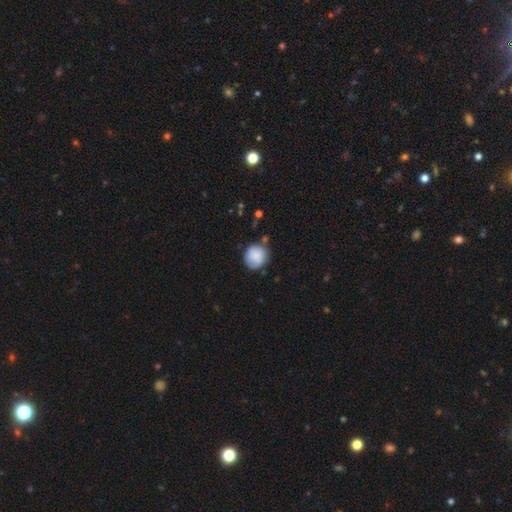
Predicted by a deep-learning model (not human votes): A smooth galaxy with no disk features (82%) that is round (87%).

Vote fractions:
- Smooth or featured? smooth: 82% / featured or disk: 10% / star or artifact: 7%
- How rounded? round: 87% / in between: 12% / cigar-shaped: 1%
- Merging? none: 72% / minor disturbance: 20% / major disturbance: 5% / merger: 4%